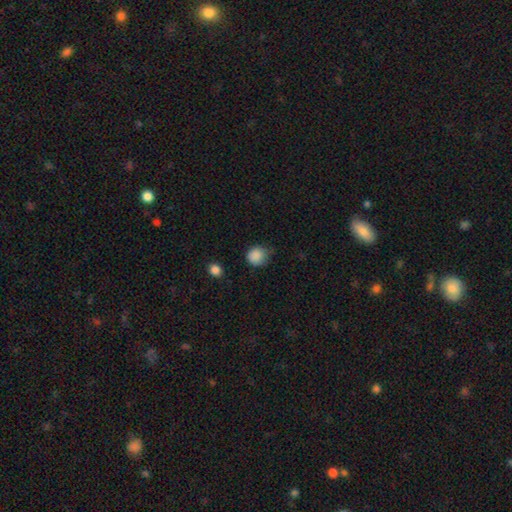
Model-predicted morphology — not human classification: Smooth or featured? smooth (87%)
How rounded? round (84%)
Merging? none (62%)